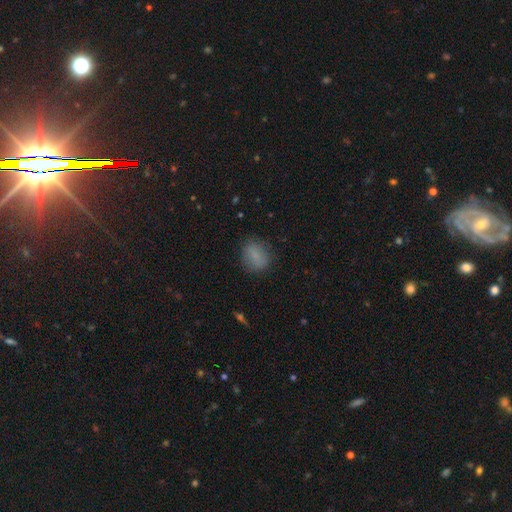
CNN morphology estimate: smooth-or-featured: smooth: 80% | featured or disk: 10% | star or artifact: 10%
  how-rounded: round: 50% | in between: 48% | cigar-shaped: 2%
  merging: none: 80% | minor disturbance: 14% | major disturbance: 4% | merger: 1%